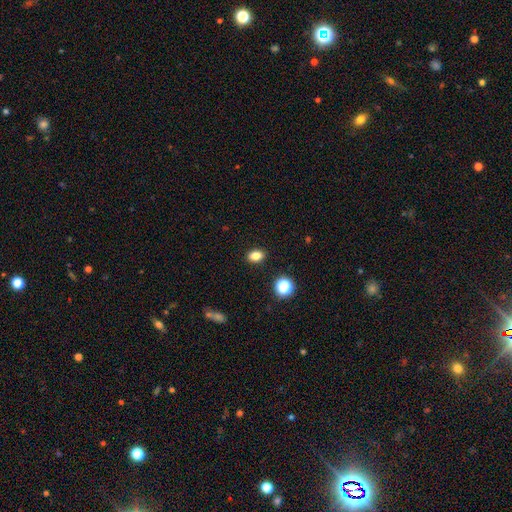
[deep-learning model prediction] smooth-or-featured: smooth: 81% | star or artifact: 13% | featured or disk: 6%
  how-rounded: in between: 73% | round: 26% | cigar-shaped: 2%
  merging: none: 89% | minor disturbance: 7% | major disturbance: 2% | merger: 2%